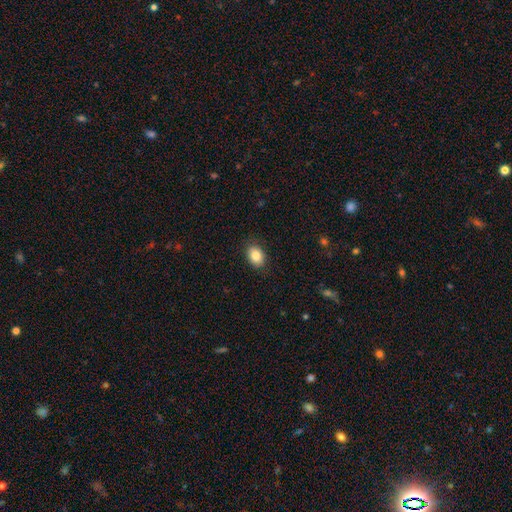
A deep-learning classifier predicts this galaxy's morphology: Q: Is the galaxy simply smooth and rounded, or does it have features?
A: smooth — 85%.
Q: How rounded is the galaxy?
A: in between — 74%.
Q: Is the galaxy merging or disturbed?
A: none — 87%.